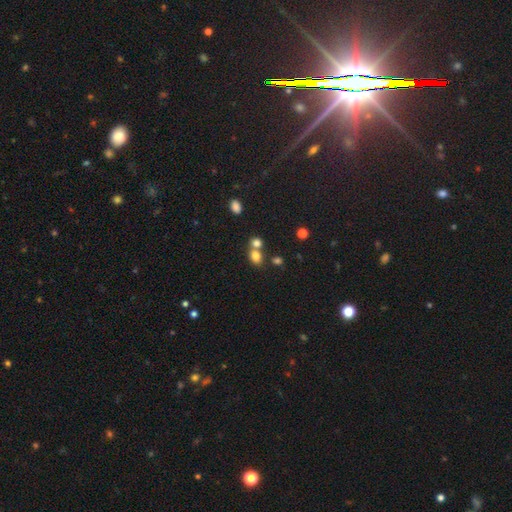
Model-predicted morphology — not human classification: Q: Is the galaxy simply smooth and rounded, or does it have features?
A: smooth — 78%.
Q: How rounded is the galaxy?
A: round — 50%.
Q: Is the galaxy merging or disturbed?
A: none — 45%.